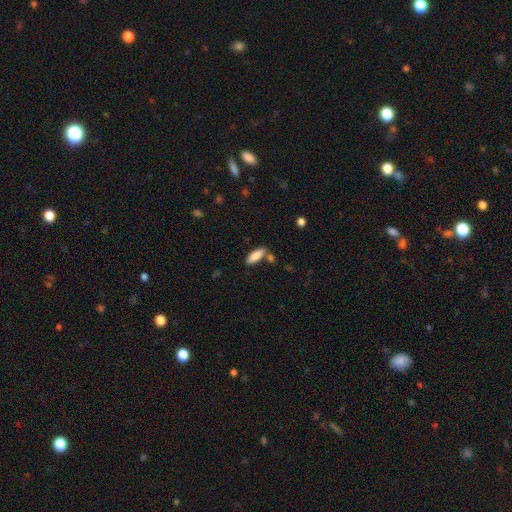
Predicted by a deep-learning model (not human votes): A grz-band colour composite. It shows a smooth galaxy with no disk features (87%) that is in between round and cigar-shaped (67%). Merging: none (74%).